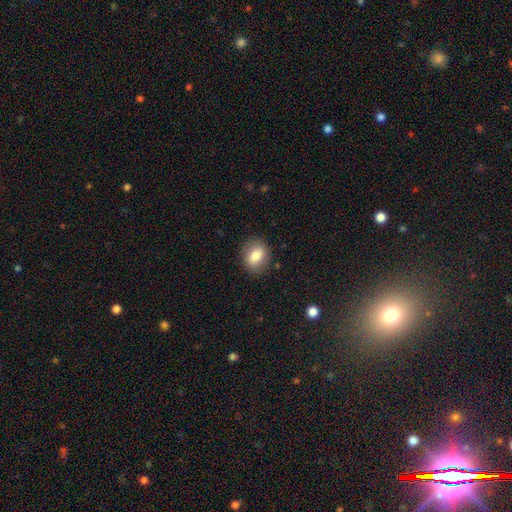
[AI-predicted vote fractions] Smooth or featured: smooth — 77% (featured or disk — 14%)
How rounded: in between — 50% (round — 49%)
Merging: none — 86% (minor disturbance — 10%)